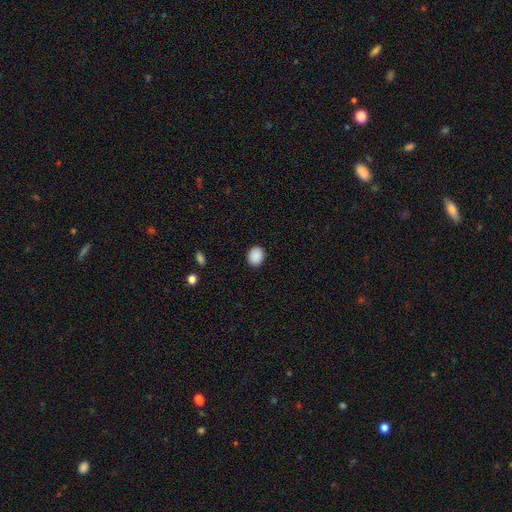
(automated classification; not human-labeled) The model was most divided on "how rounded": in between: 50%, round: 49%, cigar-shaped: 1%. More confident: merging — none (90%); smooth or featured — smooth (90%).